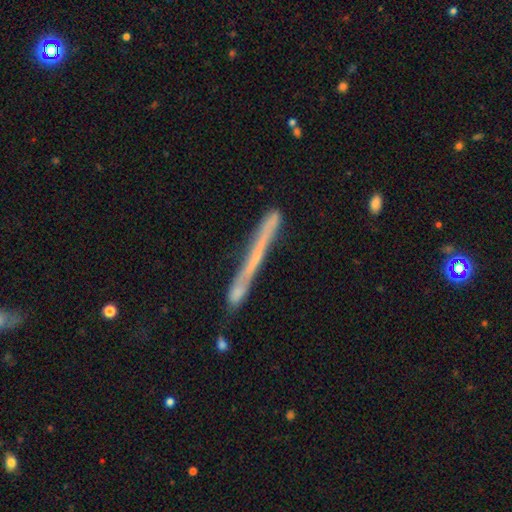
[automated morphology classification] Q: Smooth or featured?
A: featured or disk (50%); runner-up: smooth (41%)
Q: Merging?
A: none (69%); runner-up: minor disturbance (17%)